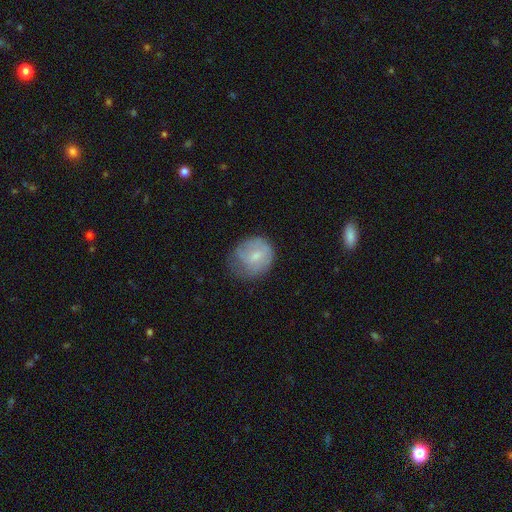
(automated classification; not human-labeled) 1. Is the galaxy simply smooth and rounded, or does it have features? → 61% smooth, 32% featured or disk, 7% star or artifact.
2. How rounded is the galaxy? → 73% round, 26% in between, 1% cigar-shaped.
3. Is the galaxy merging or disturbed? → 50% none, 33% minor disturbance, 16% major disturbance, 1% merger.